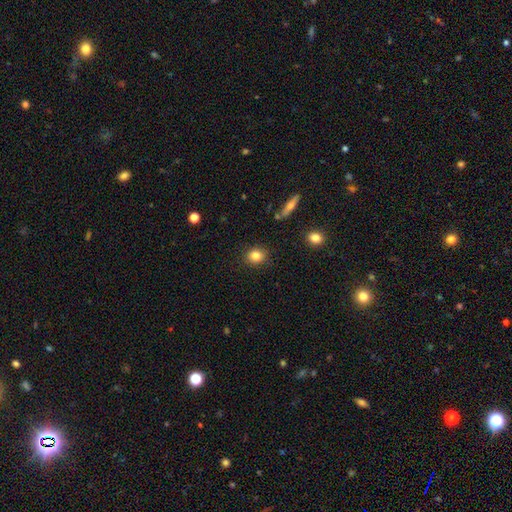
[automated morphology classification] The model was most divided on "how rounded": round: 75%, in between: 23%, cigar-shaped: 1%. More confident: merging — none (88%); smooth or featured — smooth (82%).